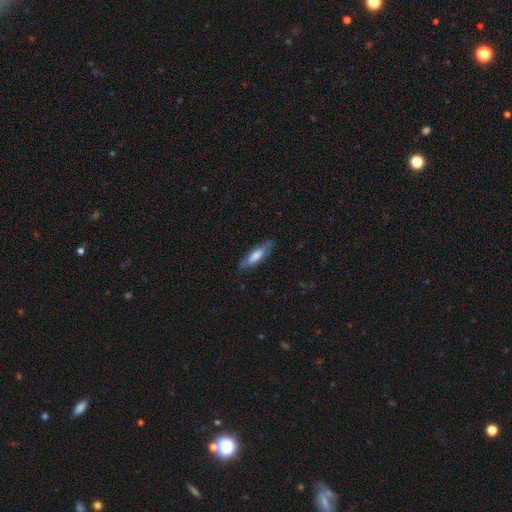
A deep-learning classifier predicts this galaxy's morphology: Overall: smooth (59%; featured or disk 34%). How rounded: cigar-shaped (55%; in between 43%). Merging: none (79%).